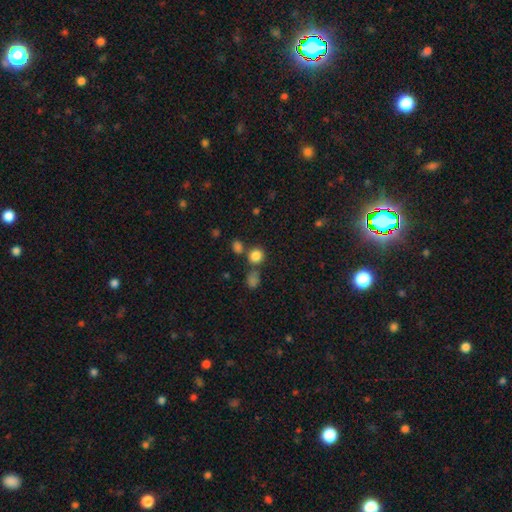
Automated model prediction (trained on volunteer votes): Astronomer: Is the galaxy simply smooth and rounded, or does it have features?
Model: smooth — 81%.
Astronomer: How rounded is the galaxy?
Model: round — 83%.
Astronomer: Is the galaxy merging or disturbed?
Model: none — 65%.